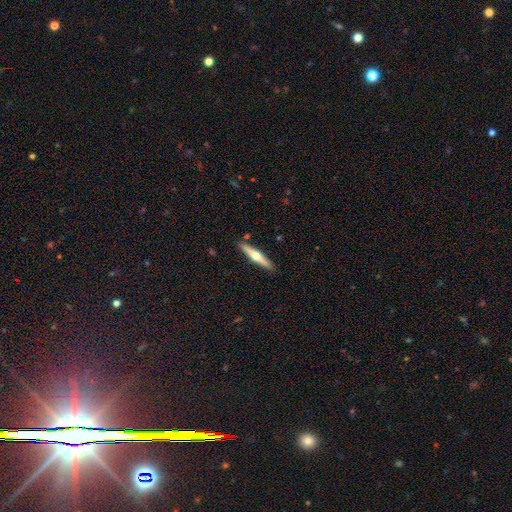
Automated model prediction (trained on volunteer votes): Smooth or featured?
  - featured or disk: 63% *
  - smooth: 32%
  - star or artifact: 5%
Edge-on disk?
  - yes: 97% *
  - no: 3%
Edge-on bulge?
  - rounded: 93% *
  - none: 4%
  - boxy: 2%
Merging?
  - none: 90% *
  - minor disturbance: 7%
  - merger: 2%
  - major disturbance: 1%